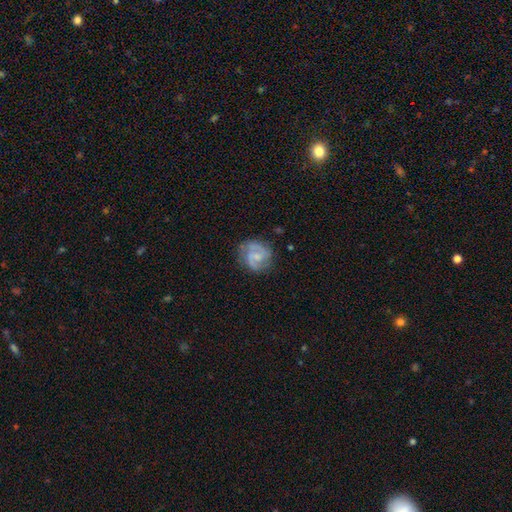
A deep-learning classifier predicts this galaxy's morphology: smooth_or_featured: featured or disk (p=0.79) [alt: smooth p=0.16]
disk_edge_on: no (p=0.98) [alt: yes p=0.02]
bar: weak (p=0.47) [alt: no p=0.45]
has_spiral_arms: yes (p=0.95) [alt: no p=0.05]
spiral_winding: medium (p=0.53) [alt: tight p=0.29]
spiral_arm_count: 2 (p=0.84) [alt: can't tell p=0.06]
bulge_size: small (p=0.54) [alt: moderate p=0.25]
merging: none (p=0.75) [alt: minor disturbance p=0.17]